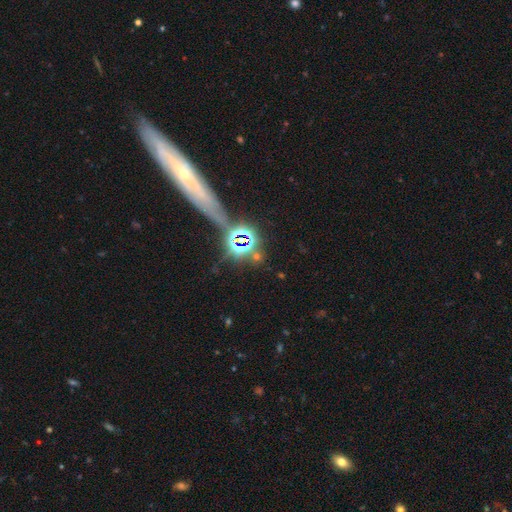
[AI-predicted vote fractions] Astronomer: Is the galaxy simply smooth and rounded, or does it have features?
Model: star or artifact — 64%.